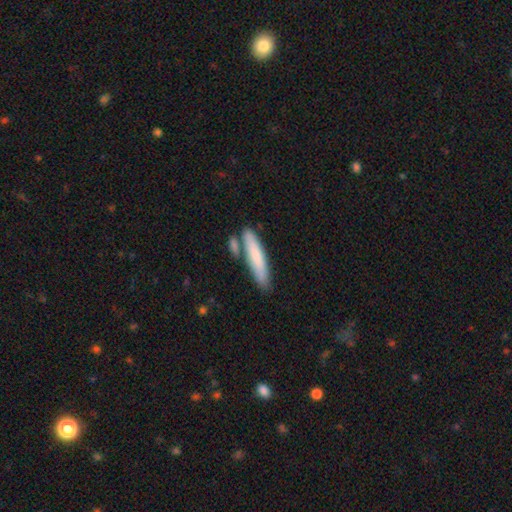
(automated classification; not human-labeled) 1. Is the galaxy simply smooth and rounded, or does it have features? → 76% smooth, 18% featured or disk, 5% star or artifact.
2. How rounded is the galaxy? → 83% cigar-shaped, 15% in between, 2% round.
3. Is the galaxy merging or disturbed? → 69% none, 14% minor disturbance, 14% merger, 3% major disturbance.